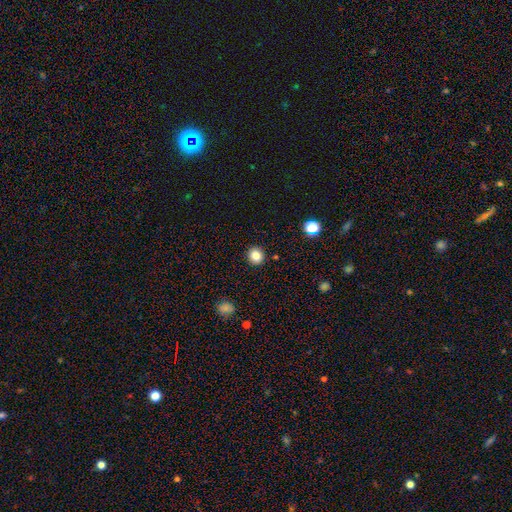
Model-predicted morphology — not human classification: smooth_or_featured: smooth (p=0.83) [alt: star or artifact p=0.11]
how_rounded: round (p=0.89) [alt: in between p=0.10]
merging: none (p=0.92) [alt: minor disturbance p=0.05]